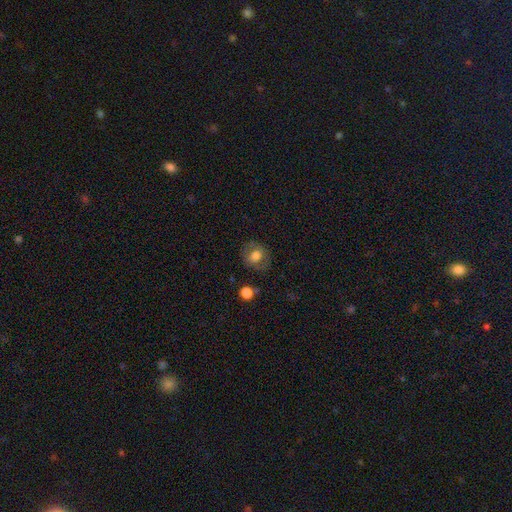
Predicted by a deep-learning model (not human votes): Smooth or featured? smooth (67%)
How rounded? round (72%)
Merging? none (81%)